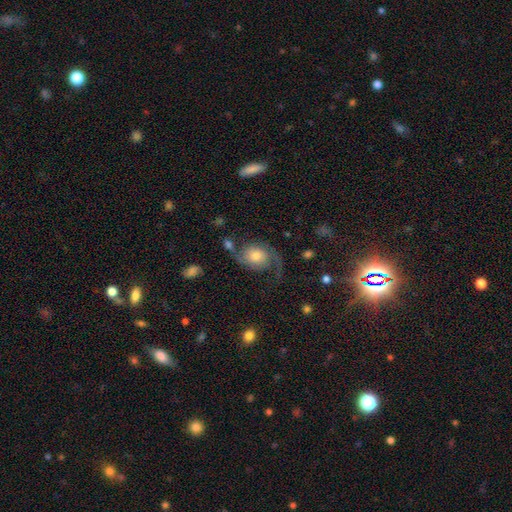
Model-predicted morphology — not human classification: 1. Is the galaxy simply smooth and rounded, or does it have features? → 74% featured or disk, 17% smooth, 9% star or artifact.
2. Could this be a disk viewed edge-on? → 97% no, 3% yes.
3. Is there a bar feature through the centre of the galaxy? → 73% no, 22% weak, 4% strong.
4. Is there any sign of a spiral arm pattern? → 95% yes, 5% no.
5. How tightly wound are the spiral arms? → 51% loose, 37% medium, 12% tight.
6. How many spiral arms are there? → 84% 2, 10% 1, 3% can't tell, 1% 3, 1% 4, 1% more than 4.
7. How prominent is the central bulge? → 52% moderate, 22% large, 18% small, 4% dominant, 4% none.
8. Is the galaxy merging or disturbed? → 59% none, 19% minor disturbance, 17% major disturbance, 4% merger.